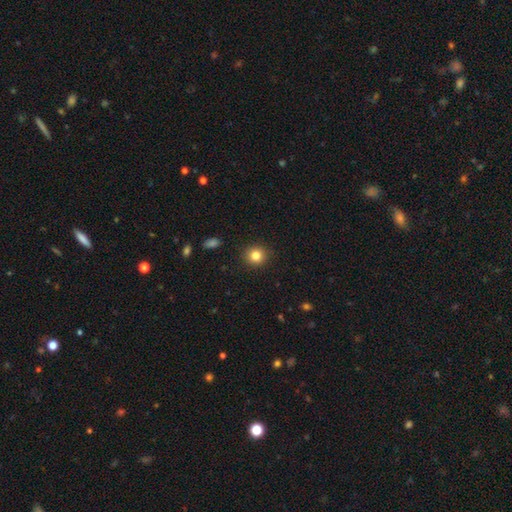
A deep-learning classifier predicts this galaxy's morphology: Smooth or featured? Predicted: smooth (p=0.83). How rounded? Predicted: round (p=0.90). Merging? Predicted: none (p=0.91).